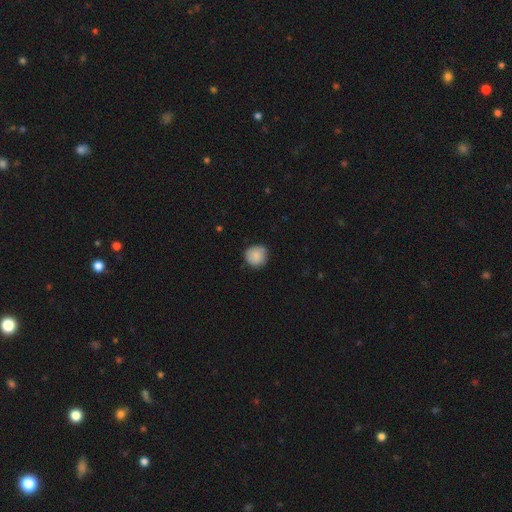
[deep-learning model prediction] This is clearly a smooth galaxy (84%). How rounded: clearly round (91%). Merging: likely none (80%).